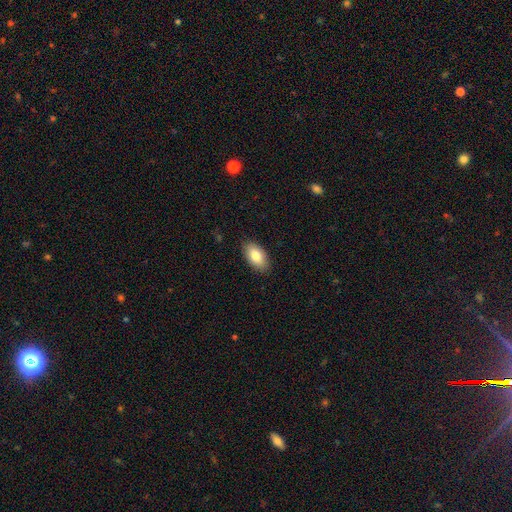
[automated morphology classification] smooth_or_featured: smooth (p=0.84) [alt: featured or disk p=0.10]
how_rounded: in between (p=0.95) [alt: round p=0.03]
merging: none (p=0.88) [alt: minor disturbance p=0.09]